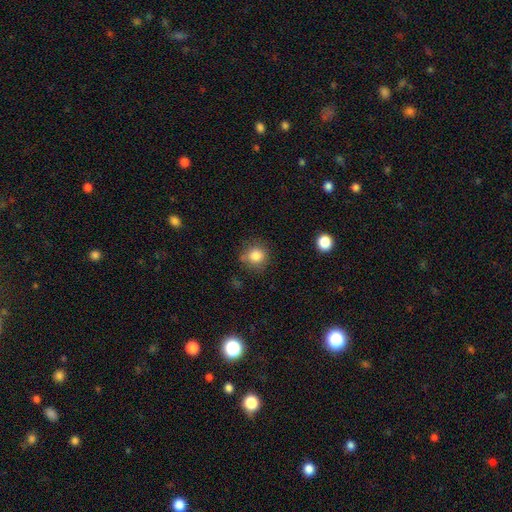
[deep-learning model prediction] A smooth galaxy with no disk features (83%) that is round (88%).

Vote fractions:
- Smooth or featured? smooth: 83% / star or artifact: 11% / featured or disk: 6%
- How rounded? round: 88% / in between: 11% / cigar-shaped: 1%
- Merging? none: 76% / minor disturbance: 16% / major disturbance: 4% / merger: 4%